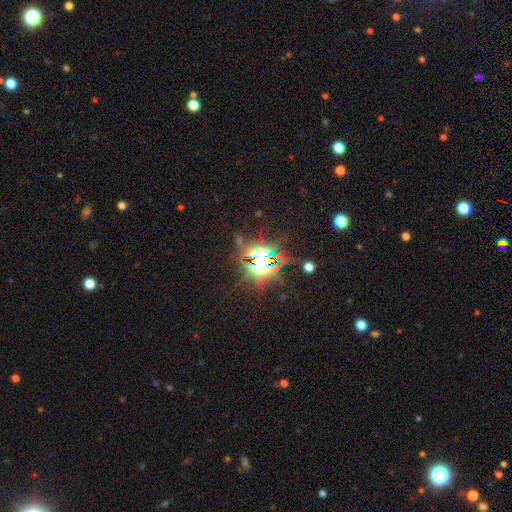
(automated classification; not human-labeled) Smooth or featured? star or artifact (80%)